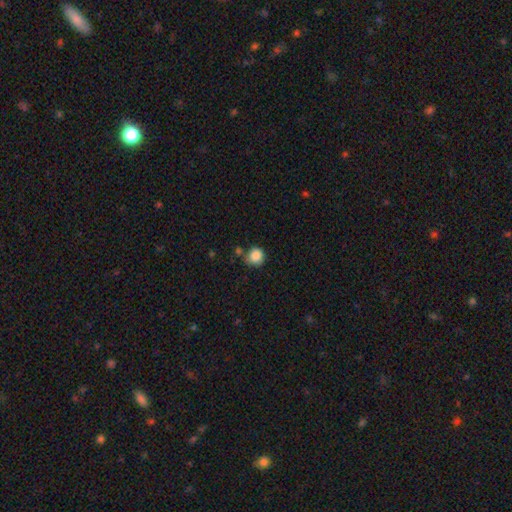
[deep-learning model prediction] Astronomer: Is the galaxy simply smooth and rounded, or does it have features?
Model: smooth — 87%.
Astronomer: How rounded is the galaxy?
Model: round — 91%.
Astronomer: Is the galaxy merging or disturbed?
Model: none — 72%.